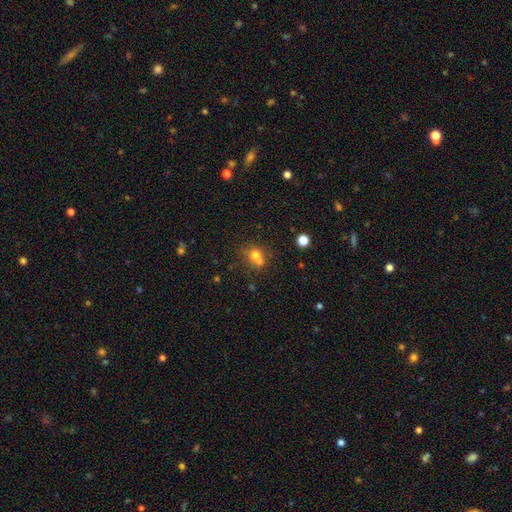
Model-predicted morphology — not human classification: Smooth or featured?
  - smooth: 71% *
  - star or artifact: 15%
  - featured or disk: 14%
How rounded?
  - round: 76% *
  - in between: 23%
  - cigar-shaped: 1%
Merging?
  - none: 46% *
  - merger: 40%
  - minor disturbance: 10%
  - major disturbance: 4%